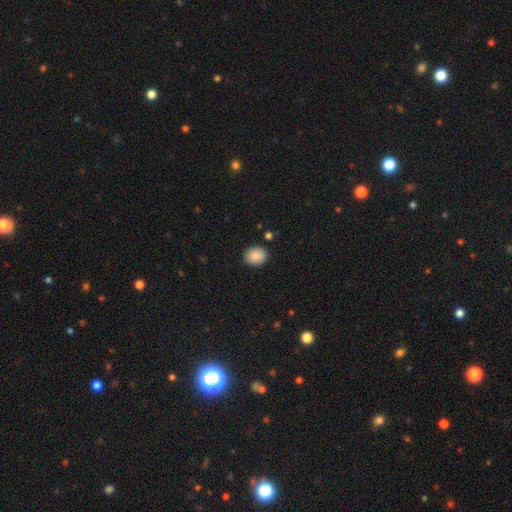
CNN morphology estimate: Smooth or featured: smooth — 88% (star or artifact — 8%)
How rounded: round — 59% (in between — 40%)
Merging: none — 88% (minor disturbance — 8%)